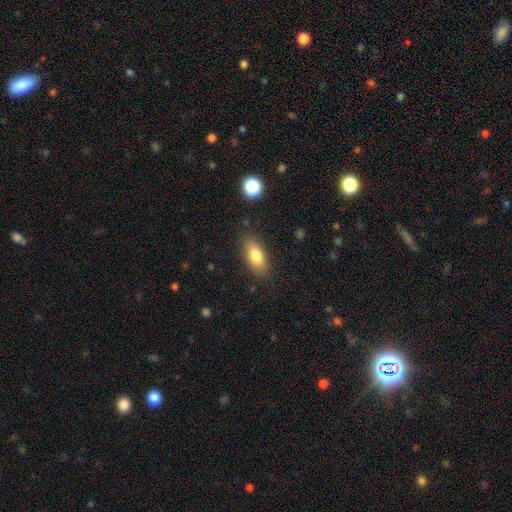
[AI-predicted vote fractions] The model was most divided on "smooth or featured": smooth: 79%, featured or disk: 14%, star or artifact: 8%. More confident: merging — none (84%); how rounded — in between (82%).